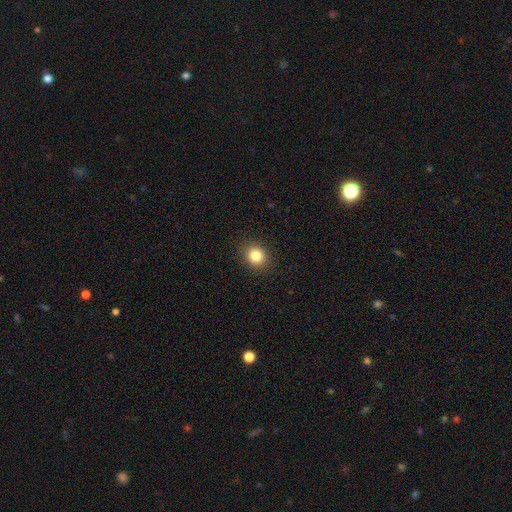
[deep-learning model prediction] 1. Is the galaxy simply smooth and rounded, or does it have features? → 83% smooth, 12% star or artifact, 6% featured or disk.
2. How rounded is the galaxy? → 75% round, 24% in between, 1% cigar-shaped.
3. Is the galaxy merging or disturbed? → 90% none, 7% minor disturbance, 2% major disturbance, 1% merger.